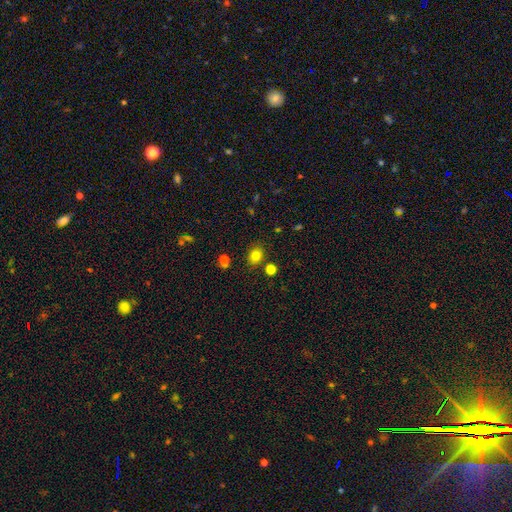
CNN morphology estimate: The model was most divided on "how rounded": round: 56%, in between: 43%, cigar-shaped: 1%. More confident: merging — none (83%); smooth or featured — smooth (80%).